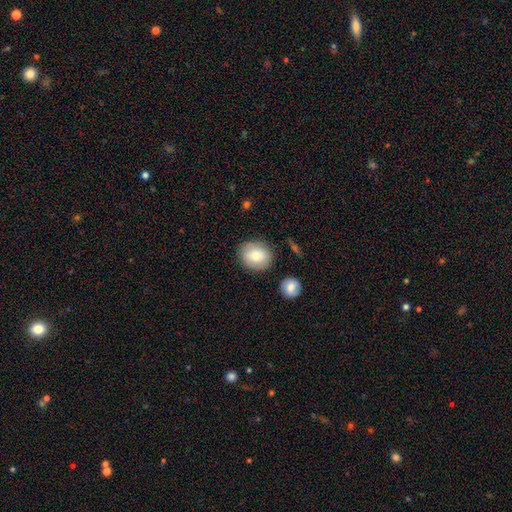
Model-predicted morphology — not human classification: This is likely a smooth galaxy (76%). How rounded: likely round (67%). Merging: clearly none (82%).